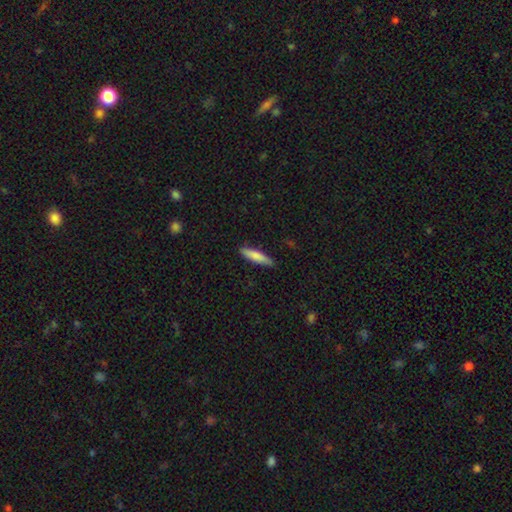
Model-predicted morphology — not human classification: type=smooth (81%); roundness=cigar-shaped (78%); merging=none (86%).